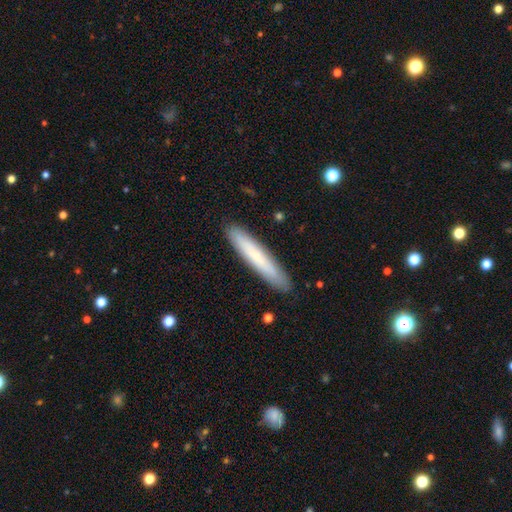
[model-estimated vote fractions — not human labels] Smooth or featured? smooth (67%)
How rounded? cigar-shaped (94%)
Merging? none (90%)